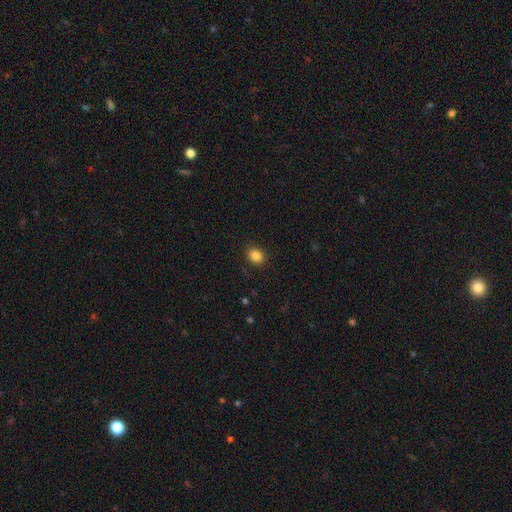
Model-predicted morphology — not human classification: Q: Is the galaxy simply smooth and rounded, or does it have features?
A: smooth — 86%.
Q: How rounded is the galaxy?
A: round — 57%.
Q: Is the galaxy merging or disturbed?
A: none — 90%.